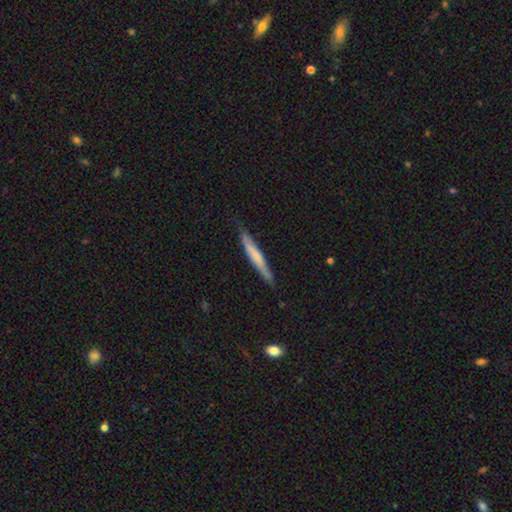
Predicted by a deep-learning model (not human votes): Smooth or featured?
  - smooth: 56% *
  - featured or disk: 38%
  - star or artifact: 6%
How rounded?
  - cigar-shaped: 94% *
  - in between: 4%
  - round: 1%
Merging?
  - none: 81% *
  - minor disturbance: 15%
  - major disturbance: 2%
  - merger: 1%